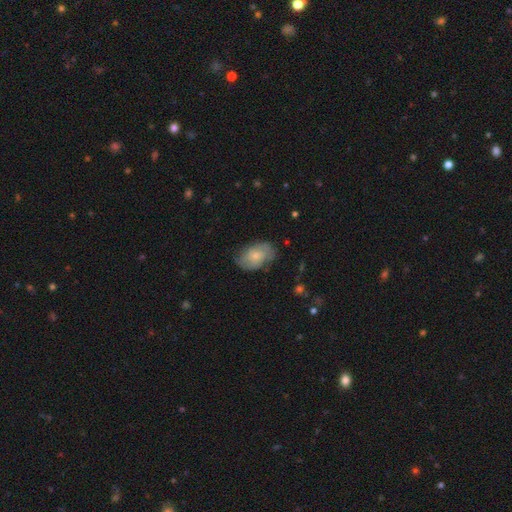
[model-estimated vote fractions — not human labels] This is possibly a smooth galaxy (56%). How rounded: clearly in between (88%). Merging: likely none (67%).